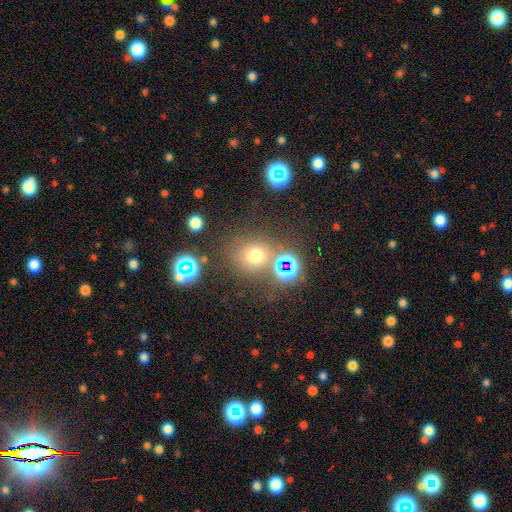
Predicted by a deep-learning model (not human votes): smooth_or_featured: smooth (p=0.63) [alt: star or artifact p=0.27]
how_rounded: round (p=0.84) [alt: in between p=0.15]
merging: none (p=0.68) [alt: merger p=0.14]